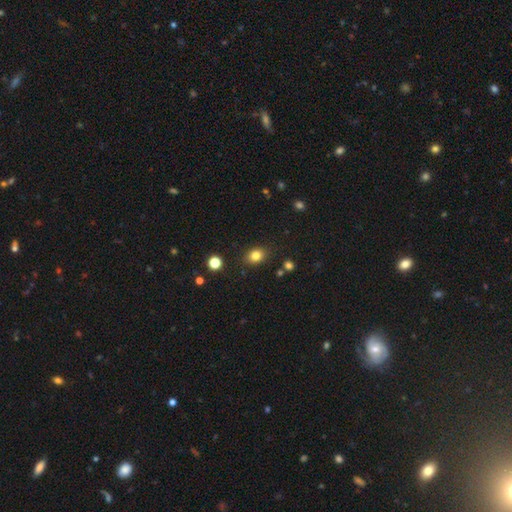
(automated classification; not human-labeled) A smooth galaxy with no disk features (81%) that is in between round and cigar-shaped (53%). Merging: none (84%).